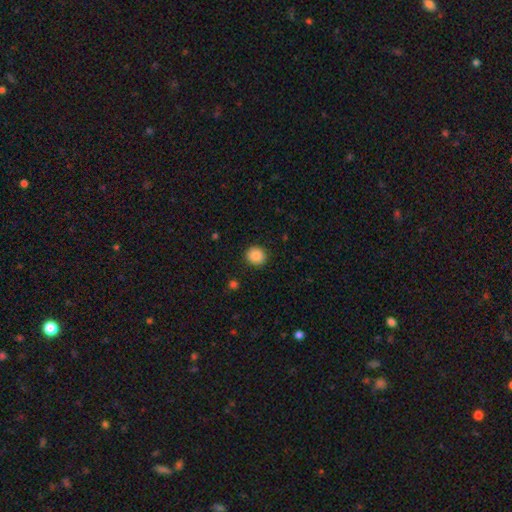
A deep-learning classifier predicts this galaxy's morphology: Overall: smooth (88%). How rounded: round (88%). Merging: none (91%).